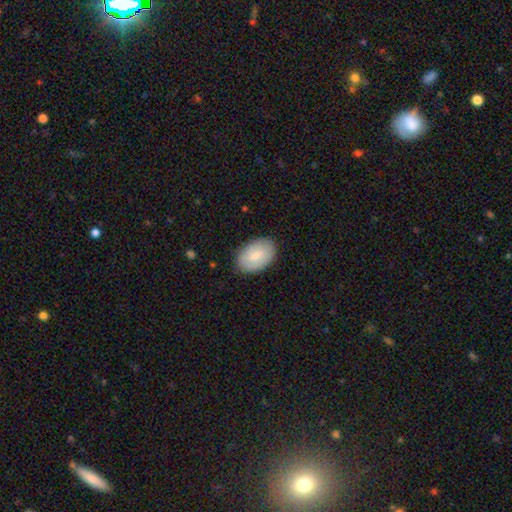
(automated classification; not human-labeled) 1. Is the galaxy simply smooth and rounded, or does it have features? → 69% smooth, 25% featured or disk, 6% star or artifact.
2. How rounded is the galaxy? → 90% in between, 8% round, 1% cigar-shaped.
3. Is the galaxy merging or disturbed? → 86% none, 11% minor disturbance, 2% major disturbance, 1% merger.